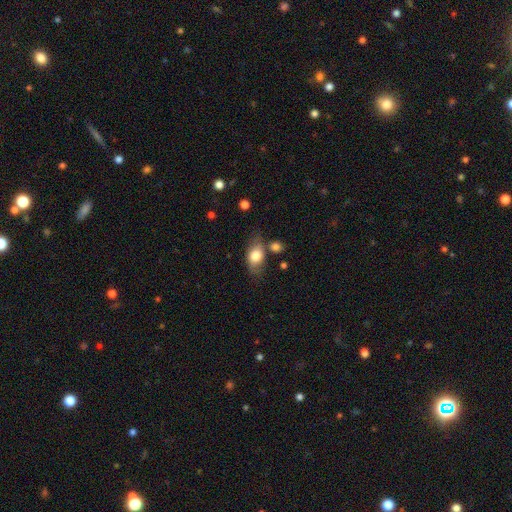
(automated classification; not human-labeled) Morphology: type=smooth (74%); roundness=in between (83%); merging=none (61%).